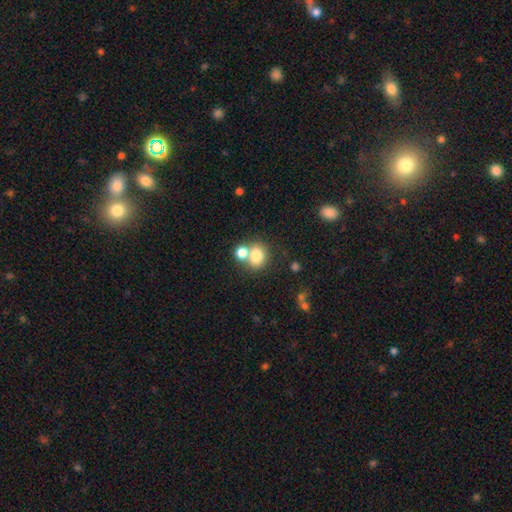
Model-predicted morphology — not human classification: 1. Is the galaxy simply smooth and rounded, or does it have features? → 78% smooth, 11% star or artifact, 11% featured or disk.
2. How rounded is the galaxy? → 64% round, 35% in between, 1% cigar-shaped.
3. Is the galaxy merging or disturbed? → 46% none, 41% merger, 9% minor disturbance, 4% major disturbance.